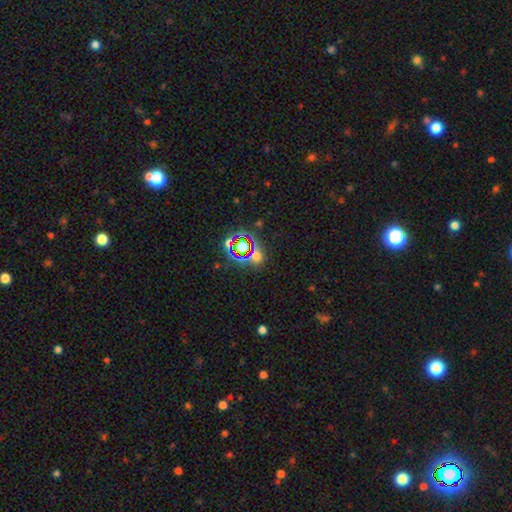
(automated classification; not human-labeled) Smooth or featured: star or artifact — 55% (smooth — 35%)